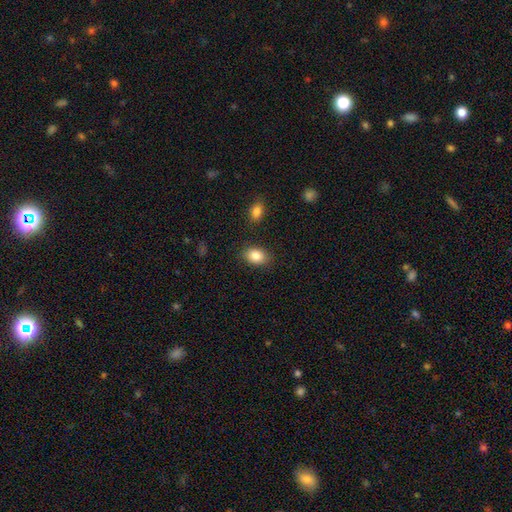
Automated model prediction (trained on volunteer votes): A smooth galaxy with no disk features (86%) that is in between round and cigar-shaped (80%). Merging: none (84%).